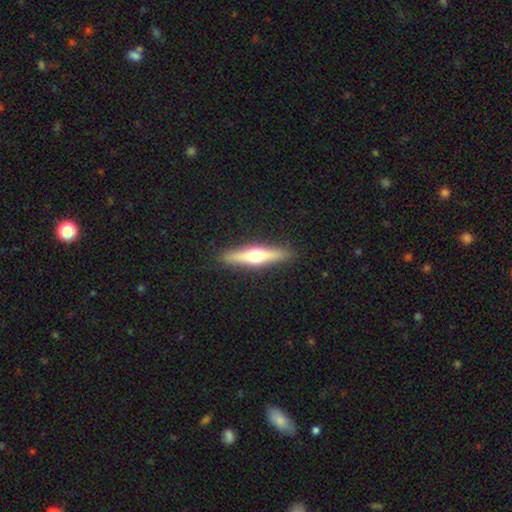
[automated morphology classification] The model was most divided on "smooth or featured": featured or disk: 56%, smooth: 38%, star or artifact: 6%. More confident: edge-on disk — yes (94%); edge-on bulge — rounded (93%); merging — none (90%).